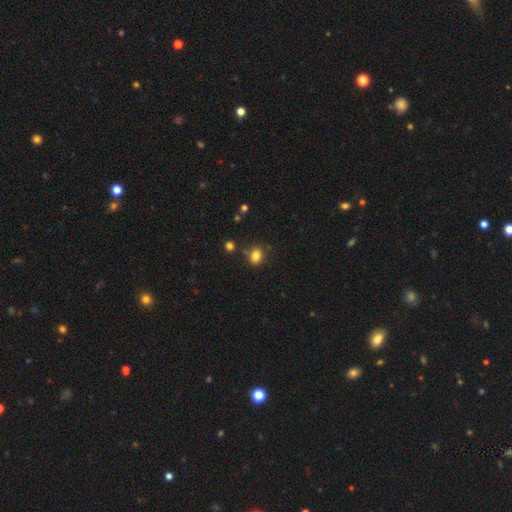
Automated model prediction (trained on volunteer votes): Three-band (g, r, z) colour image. It shows a smooth galaxy with no disk features (82%) that is in between round and cigar-shaped (59%). Merging: none (76%).